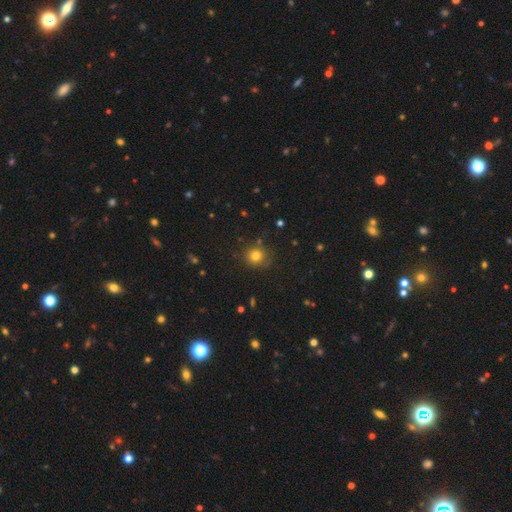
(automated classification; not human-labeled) Morphology: type=smooth (79%); roundness=round (90%); merging=none (83%).